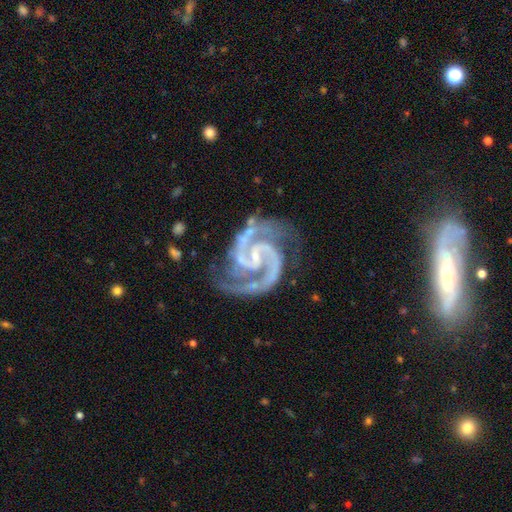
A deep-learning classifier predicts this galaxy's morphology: smooth-or-featured: featured or disk: 95% | star or artifact: 4% | smooth: 2%
  disk-edge-on: no: 99% | yes: 1%
    bar: weak: 44% | no: 33% | strong: 24%
    has-spiral-arms: yes: 99% | no: 1%
      spiral-winding: medium: 59% | tight: 35% | loose: 6%
      spiral-arm-count: 2: 91% | 3: 4% | can't tell: 1% | 4: 1% | 1: 1% | more than 4: 1%
    bulge-size: small: 71% | none: 15% | moderate: 12% | large: 1% | dominant: 1%
  merging: none: 71% | minor disturbance: 18% | major disturbance: 8% | merger: 3%